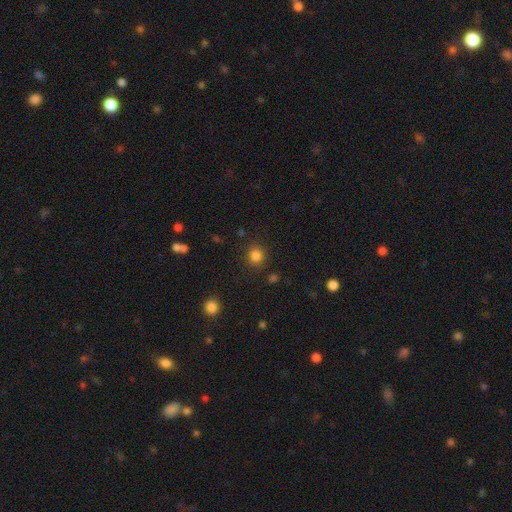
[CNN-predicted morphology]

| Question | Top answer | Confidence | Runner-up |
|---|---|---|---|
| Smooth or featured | smooth | 83% | star or artifact (13%) |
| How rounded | round | 86% | in between (13%) |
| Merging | none | 87% | minor disturbance (8%) |